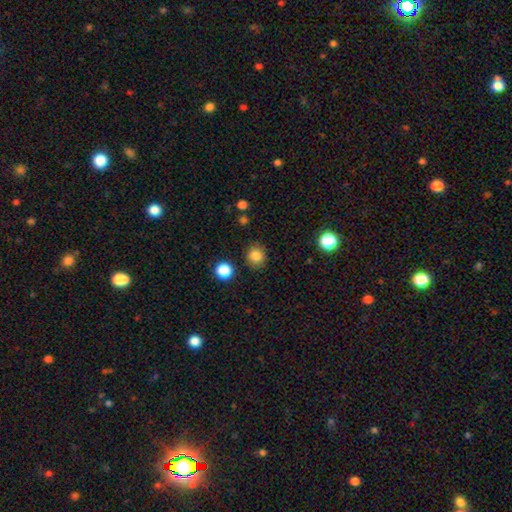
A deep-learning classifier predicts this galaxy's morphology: Q: Smooth or featured?
A: smooth (83%); runner-up: star or artifact (11%)
Q: How rounded?
A: round (81%); runner-up: in between (18%)
Q: Merging?
A: none (87%); runner-up: minor disturbance (8%)